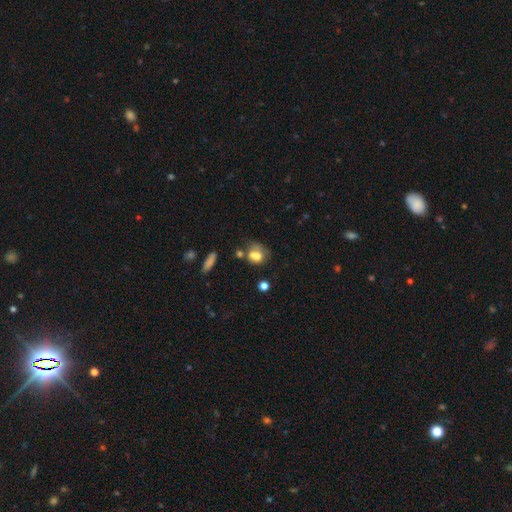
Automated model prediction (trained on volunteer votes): The model was most divided on "merging": merger: 33%, none: 31%, minor disturbance: 20%, major disturbance: 16%. More confident: smooth or featured — smooth (67%); how rounded — in between (56%).